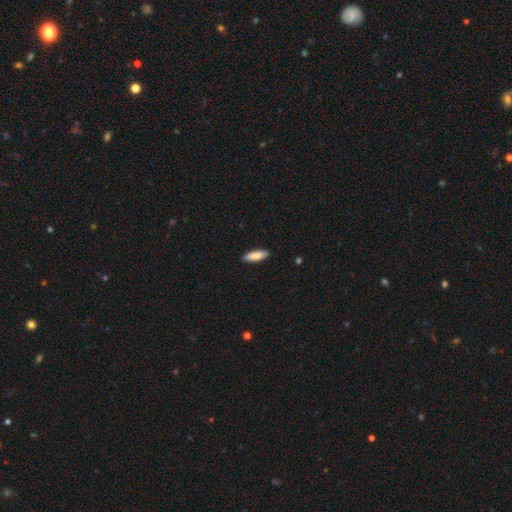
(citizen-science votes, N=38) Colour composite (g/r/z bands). It shows a smooth galaxy with no disk features (87%) that is in between round and cigar-shaped (70%). Merging: none (97%).